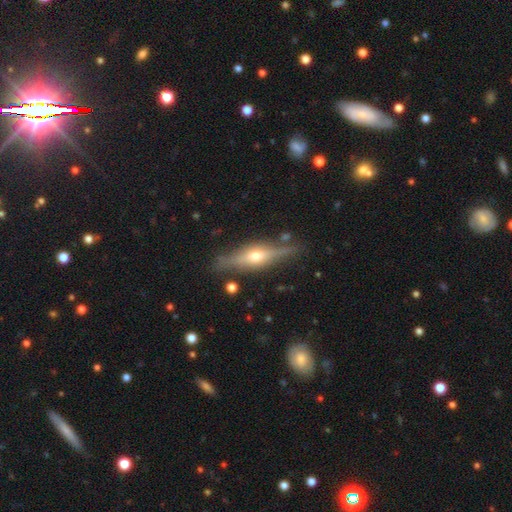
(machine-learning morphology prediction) A featured or disk galaxy (70%) viewed edge-on (94%) with a rounded central bulge (91%).

Vote fractions:
- Smooth or featured? featured or disk: 70% / smooth: 23% / star or artifact: 7%
- Edge-on disk? yes: 94% / no: 6%
- Edge-on bulge? rounded: 91% / boxy: 5% / none: 3%
- Merging? none: 83% / minor disturbance: 12% / major disturbance: 3% / merger: 2%